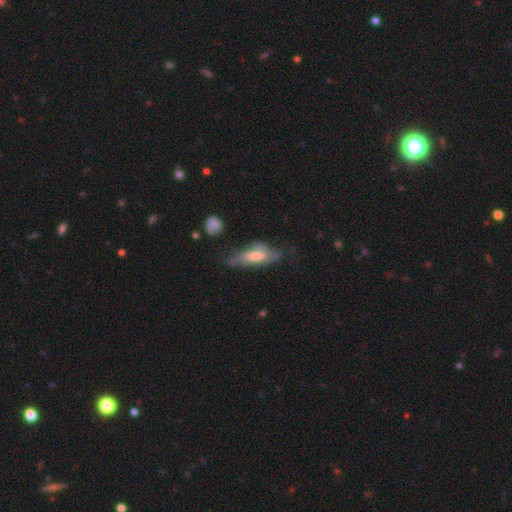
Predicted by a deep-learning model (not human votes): Smooth or featured: featured or disk — 47% (smooth — 46%)
Merging: none — 49% (minor disturbance — 30%)